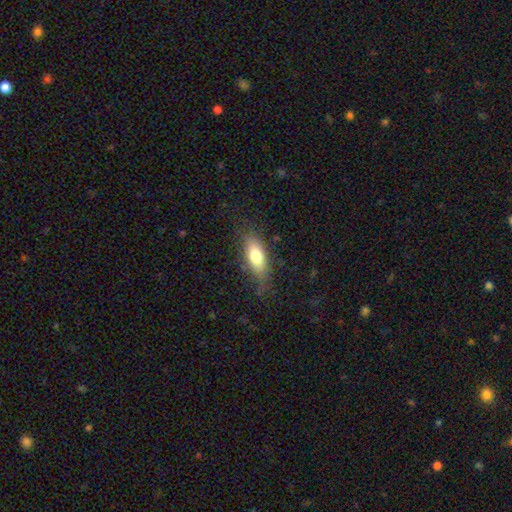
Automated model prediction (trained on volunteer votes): smooth-or-featured: smooth: 72% | featured or disk: 21% | star or artifact: 7%
  how-rounded: in between: 76% | cigar-shaped: 20% | round: 3%
  merging: none: 68% | minor disturbance: 22% | major disturbance: 8% | merger: 2%